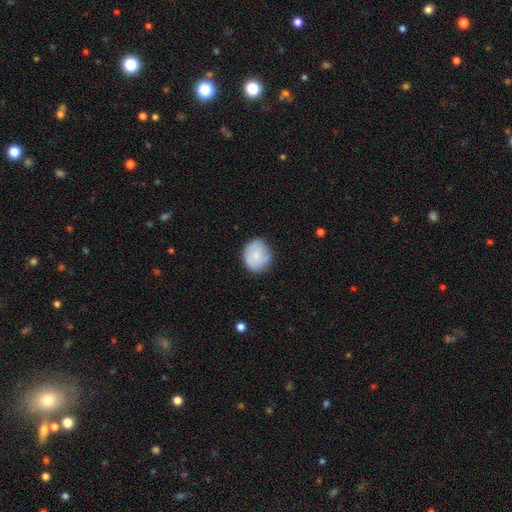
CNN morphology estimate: A smooth galaxy with no disk features (75%) that is round (69%). Merging: none (71%).